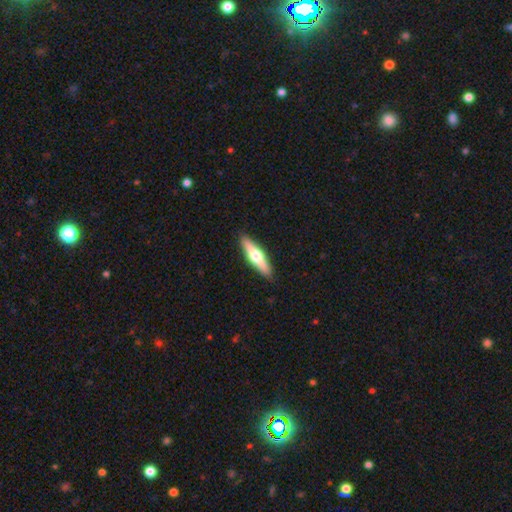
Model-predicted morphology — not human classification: A featured or disk galaxy (57%) viewed edge-on (95%) with a rounded central bulge (95%). Merging: none (91%).